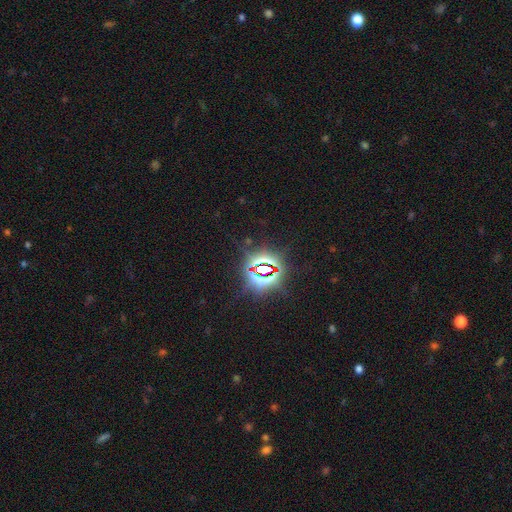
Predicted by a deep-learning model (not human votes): Smooth or featured? star or artifact (83%)